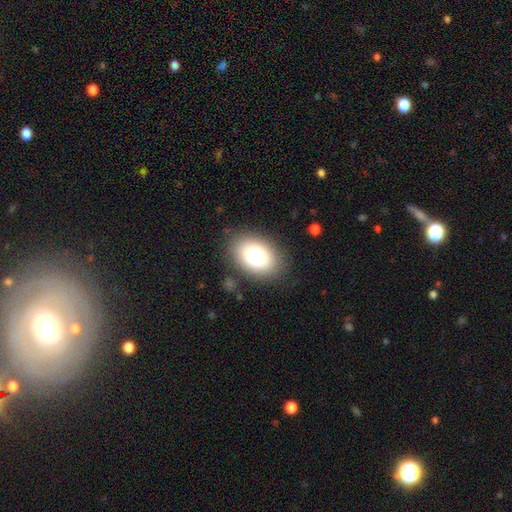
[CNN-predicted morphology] Overall: smooth (78%). How rounded: in between (81%). Merging: none (85%).